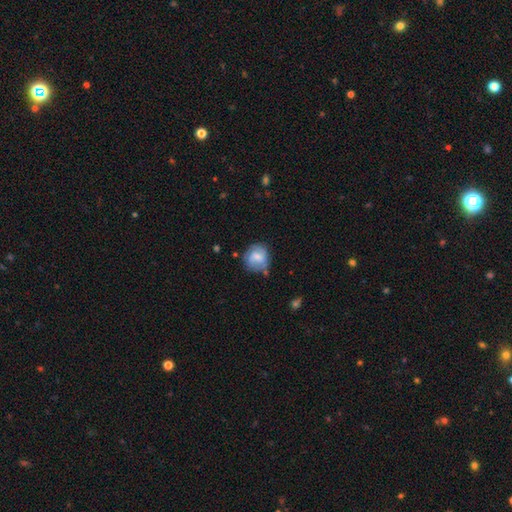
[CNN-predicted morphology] smooth-or-featured: smooth: 48% | featured or disk: 45% | star or artifact: 7%
  merging: none: 63% | minor disturbance: 24% | major disturbance: 8% | merger: 5%